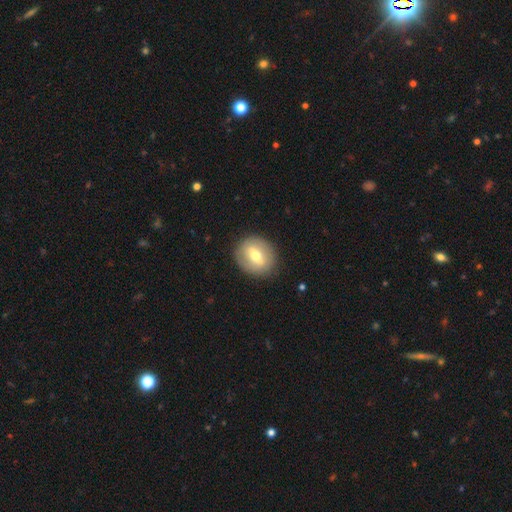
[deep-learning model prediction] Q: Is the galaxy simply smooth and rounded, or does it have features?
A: smooth — 49%.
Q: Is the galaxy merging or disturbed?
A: none — 87%.